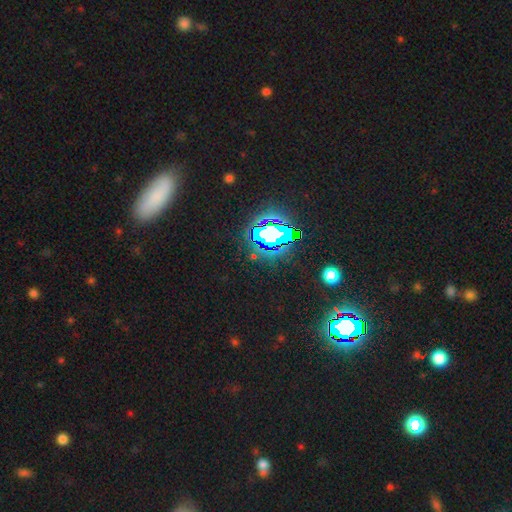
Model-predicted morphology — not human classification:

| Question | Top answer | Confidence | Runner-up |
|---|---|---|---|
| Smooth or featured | star or artifact | 72% | smooth (16%) |